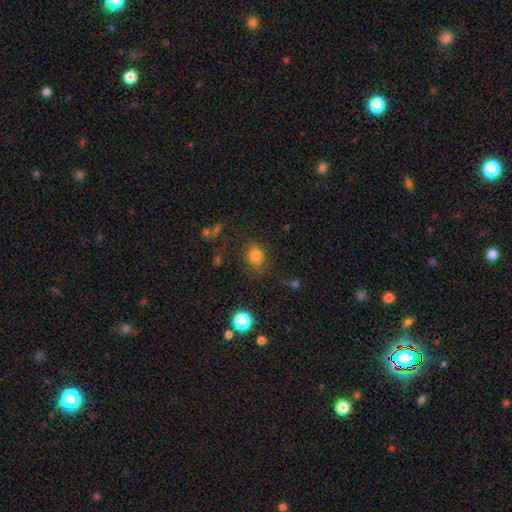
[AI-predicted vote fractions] A smooth galaxy with no disk features (79%) that is round (73%).

Vote fractions:
- Smooth or featured? smooth: 79% / star or artifact: 15% / featured or disk: 6%
- How rounded? round: 73% / in between: 26% / cigar-shaped: 1%
- Merging? none: 76% / minor disturbance: 14% / major disturbance: 7% / merger: 3%